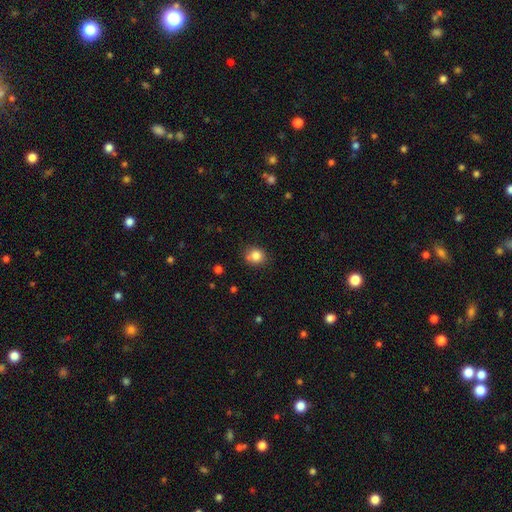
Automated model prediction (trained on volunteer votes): Morphology: type=smooth (83%); roundness=round (74%); merging=none (72%).